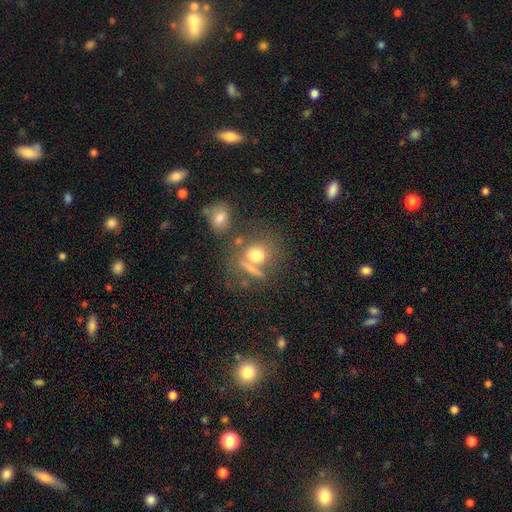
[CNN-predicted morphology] smooth-or-featured: smooth: 69% | featured or disk: 16% | star or artifact: 15%
  how-rounded: round: 70% | in between: 27% | cigar-shaped: 3%
  merging: none: 50% | merger: 27% | minor disturbance: 13% | major disturbance: 10%